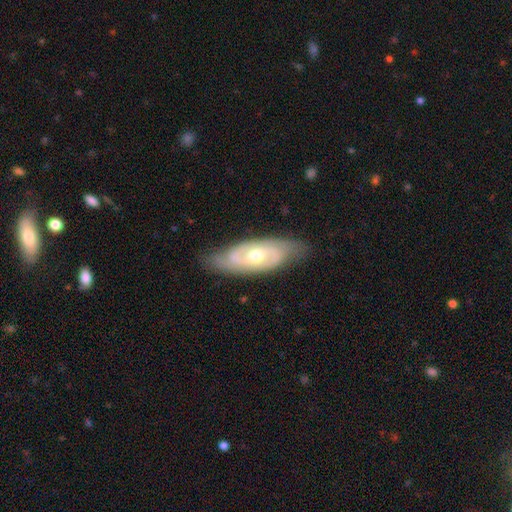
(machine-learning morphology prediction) Smooth or featured: featured or disk — 82% (smooth — 14%)
Edge-on disk: no — 89% (yes — 11%)
Bar: no — 55% (weak — 35%)
Spiral arms: yes — 91% (no — 9%)
Spiral winding: tight — 51% (medium — 38%)
Spiral arm count: 2 — 74% (can't tell — 15%)
Bulge size: moderate — 70% (small — 22%)
Merging: none — 79% (minor disturbance — 16%)